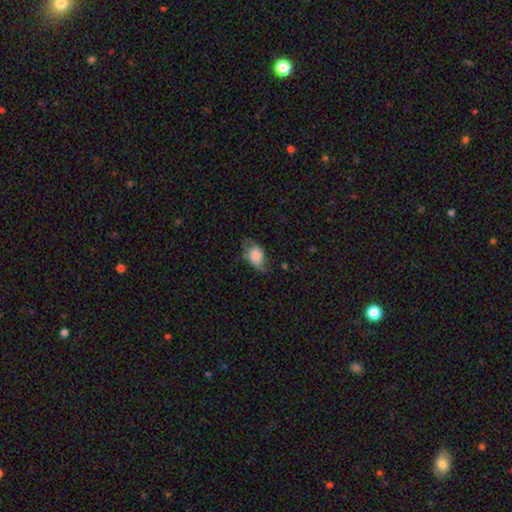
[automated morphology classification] smooth_or_featured: smooth (p=0.65) [alt: featured or disk p=0.27]
how_rounded: in between (p=0.82) [alt: round p=0.16]
merging: none (p=0.43) [alt: minor disturbance p=0.34]